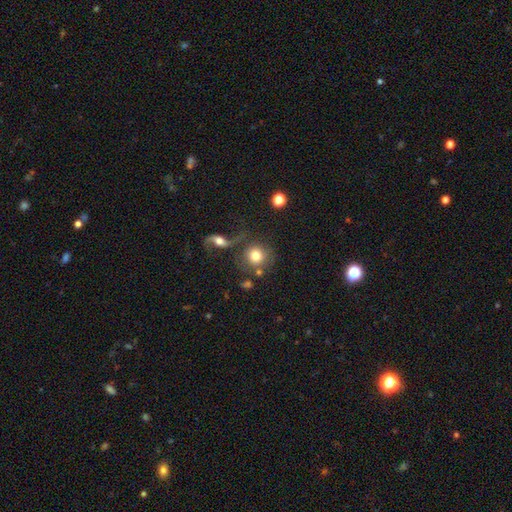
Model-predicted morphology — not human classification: smooth 74%, featured or disk 16%, star or artifact 9%. Down the decision tree: how rounded — round (90%); merging — none (63%).